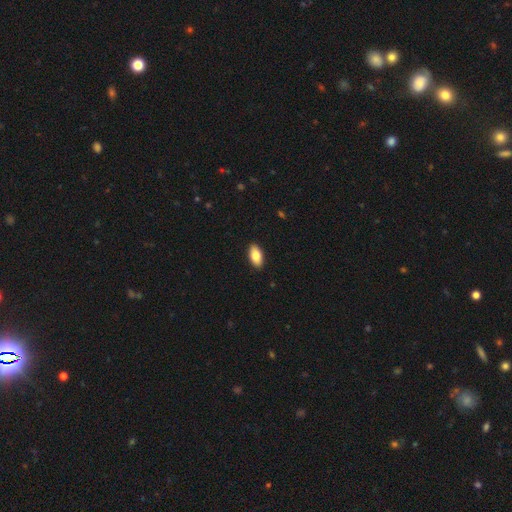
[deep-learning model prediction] Smooth or featured: smooth — 84% (featured or disk — 10%)
How rounded: in between — 93% (cigar-shaped — 4%)
Merging: none — 91% (minor disturbance — 7%)